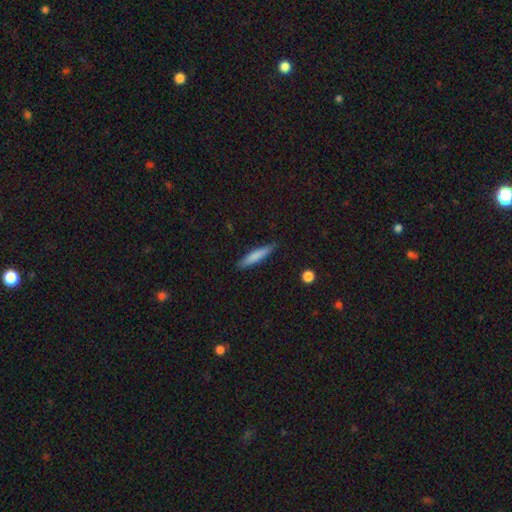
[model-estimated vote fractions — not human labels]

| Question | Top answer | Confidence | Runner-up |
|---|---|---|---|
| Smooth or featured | smooth | 77% | featured or disk (17%) |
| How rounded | cigar-shaped | 89% | in between (10%) |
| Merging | none | 85% | minor disturbance (11%) |